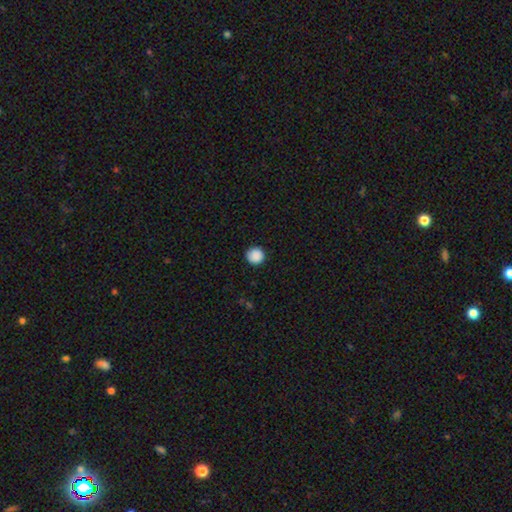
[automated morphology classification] Smooth or featured? smooth (89%)
How rounded? round (95%)
Merging? none (91%)